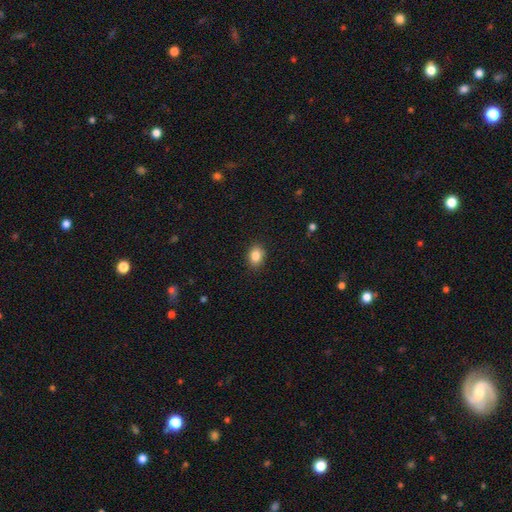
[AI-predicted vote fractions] Smooth or featured: smooth — 86% (star or artifact — 9%)
How rounded: in between — 65% (round — 34%)
Merging: none — 88% (minor disturbance — 9%)